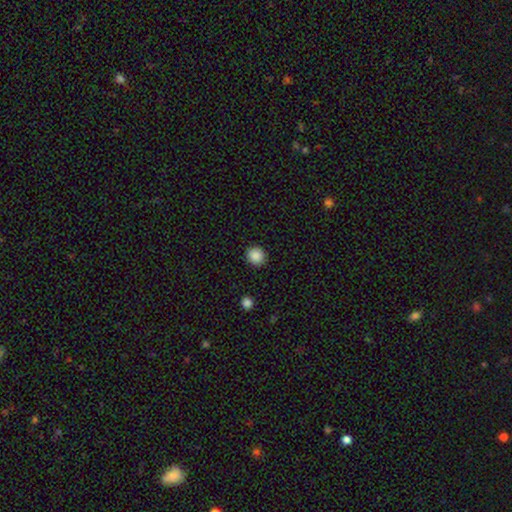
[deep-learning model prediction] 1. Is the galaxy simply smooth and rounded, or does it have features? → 88% smooth, 9% star or artifact, 3% featured or disk.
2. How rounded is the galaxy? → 89% round, 10% in between, 1% cigar-shaped.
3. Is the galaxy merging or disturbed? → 92% none, 5% minor disturbance, 2% major disturbance, 1% merger.